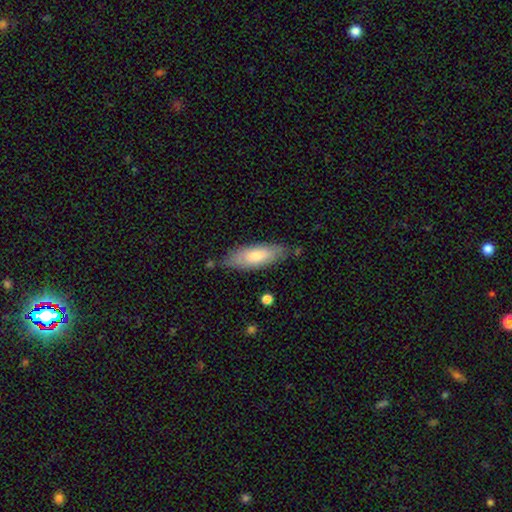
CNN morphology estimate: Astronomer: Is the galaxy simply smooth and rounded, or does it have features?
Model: smooth — 72%.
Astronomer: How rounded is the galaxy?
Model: in between — 64%.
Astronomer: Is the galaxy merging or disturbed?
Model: none — 76%.